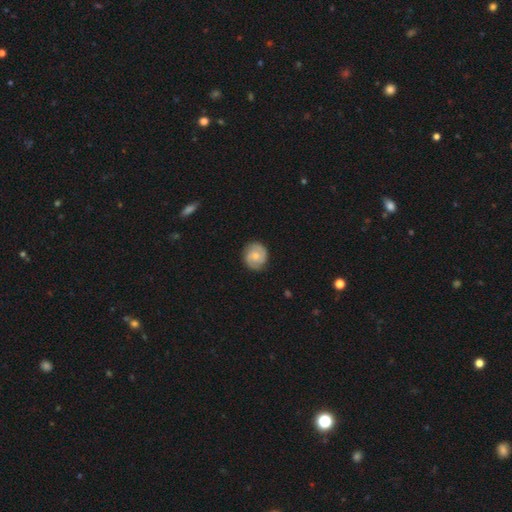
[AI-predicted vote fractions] Smooth or featured? Predicted: featured or disk (p=0.60). Edge-on disk? Predicted: no (p=0.98). Bar? Predicted: no (p=0.65). Spiral arms? Predicted: yes (p=0.91). Spiral winding? Predicted: tight (p=0.51). Spiral arm count? Predicted: 2 (p=0.79). Bulge size? Predicted: small (p=0.50). Merging? Predicted: none (p=0.85).